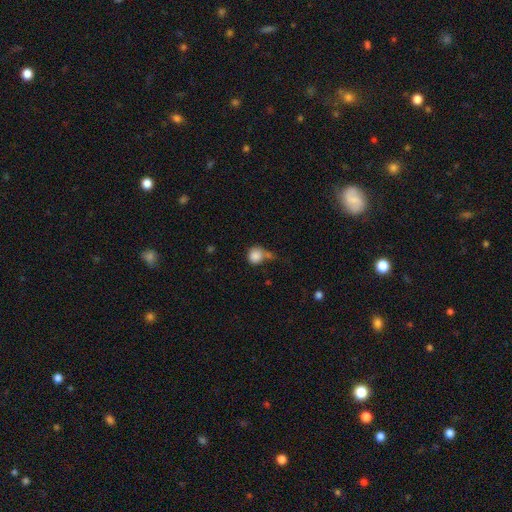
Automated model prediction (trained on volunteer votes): Smooth or featured?
  - smooth: 85% *
  - star or artifact: 9%
  - featured or disk: 6%
How rounded?
  - round: 89% *
  - in between: 10%
  - cigar-shaped: 1%
Merging?
  - none: 49% *
  - minor disturbance: 20%
  - merger: 20%
  - major disturbance: 10%